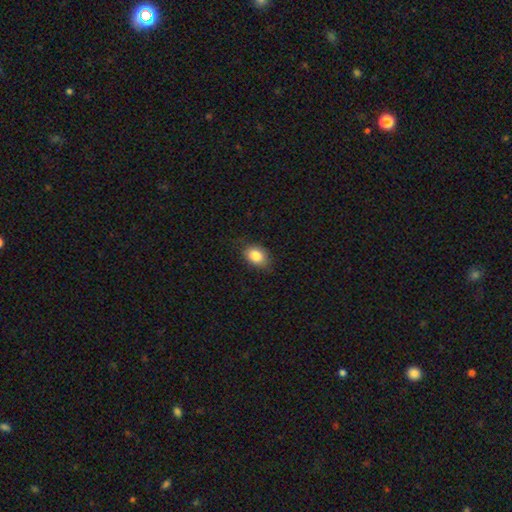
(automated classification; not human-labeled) Smooth or featured: smooth — 84% (featured or disk — 8%)
How rounded: in between — 75% (round — 24%)
Merging: none — 78% (minor disturbance — 17%)